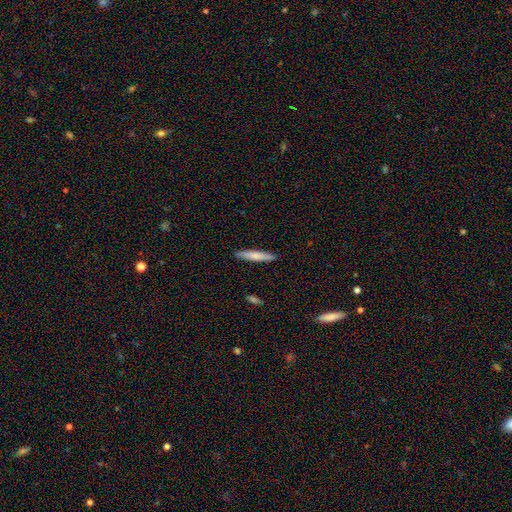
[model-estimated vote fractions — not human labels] Q: Smooth or featured?
A: smooth (73%); runner-up: featured or disk (21%)
Q: How rounded?
A: cigar-shaped (92%); runner-up: in between (7%)
Q: Merging?
A: none (90%); runner-up: minor disturbance (7%)